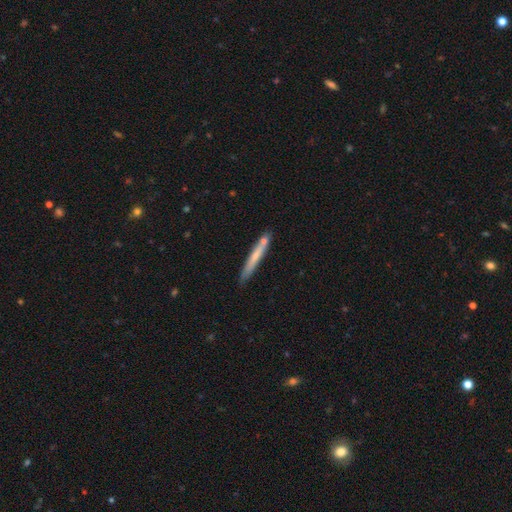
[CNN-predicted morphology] smooth-or-featured: smooth: 63% | featured or disk: 31% | star or artifact: 6%
  how-rounded: cigar-shaped: 96% | in between: 3% | round: 1%
  merging: none: 75% | minor disturbance: 14% | merger: 8% | major disturbance: 3%